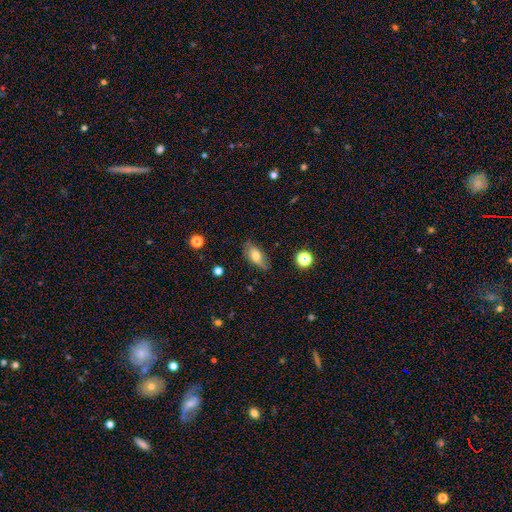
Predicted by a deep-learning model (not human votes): Morphology: type=smooth (66%); roundness=in between (81%); merging=none (77%).